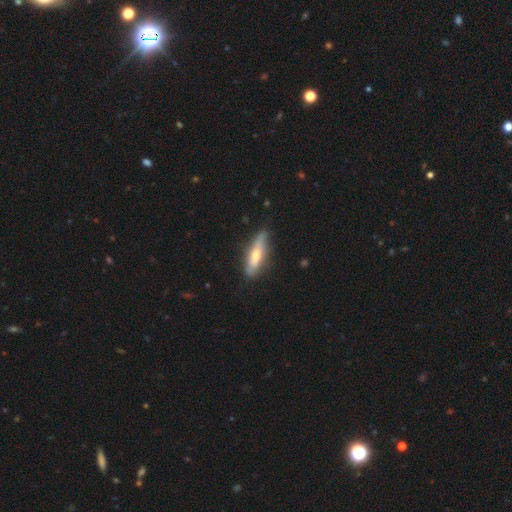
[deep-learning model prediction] Smooth or featured: smooth — 54% (featured or disk — 40%)
How rounded: cigar-shaped — 62% (in between — 36%)
Merging: none — 74% (minor disturbance — 21%)